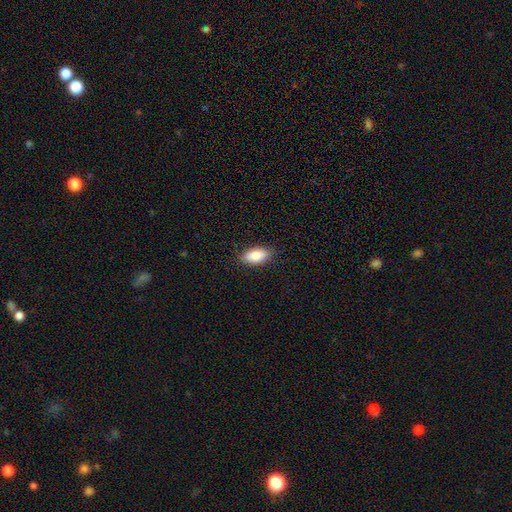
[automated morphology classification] smooth-or-featured: smooth: 86% | featured or disk: 8% | star or artifact: 7%
  how-rounded: in between: 89% | cigar-shaped: 8% | round: 3%
  merging: none: 87% | minor disturbance: 10% | major disturbance: 2% | merger: 1%